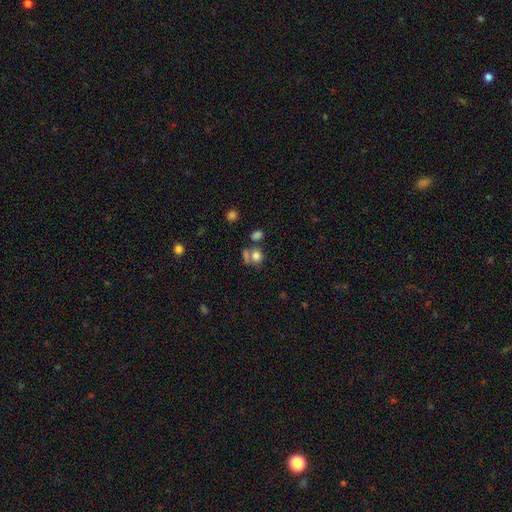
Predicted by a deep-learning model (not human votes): A smooth galaxy with no disk features (75%) that is round (71%). Merging: none (45%).